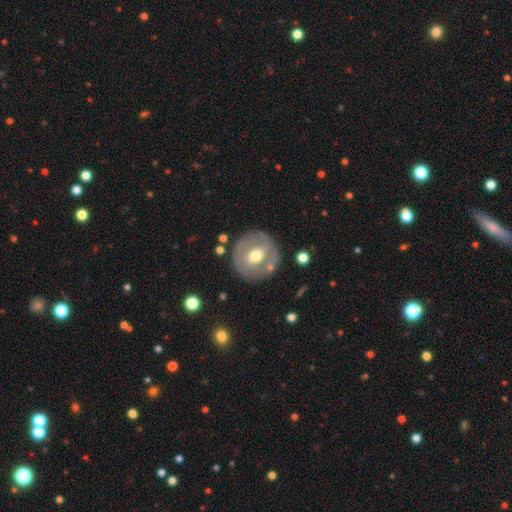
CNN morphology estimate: This appears to be a featured or disk galaxy (50%). Merging: none (80%).